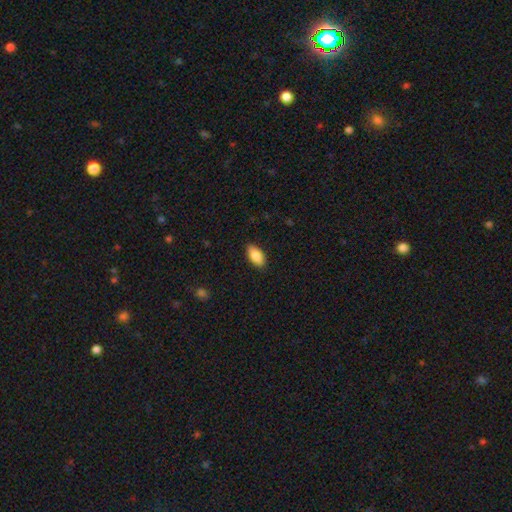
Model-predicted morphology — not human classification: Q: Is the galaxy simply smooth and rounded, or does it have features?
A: smooth — 87%.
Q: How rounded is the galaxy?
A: in between — 91%.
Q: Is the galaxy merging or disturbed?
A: none — 88%.